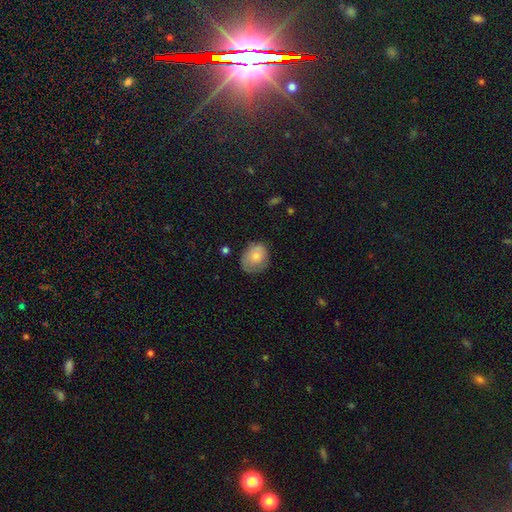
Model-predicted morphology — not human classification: Smooth or featured: smooth — 75% (featured or disk — 18%)
How rounded: round — 60% (in between — 39%)
Merging: none — 62% (minor disturbance — 28%)